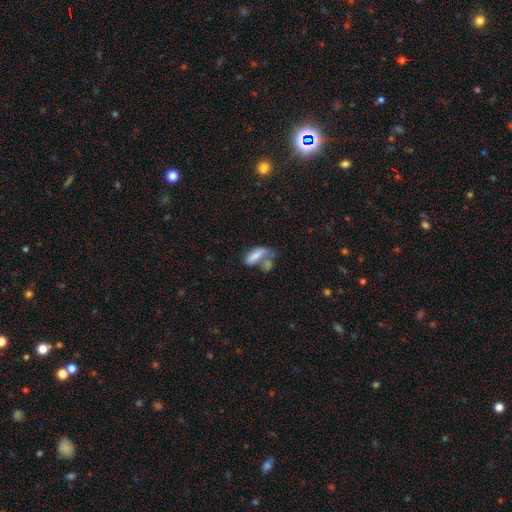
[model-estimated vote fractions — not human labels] This is likely a smooth galaxy (74%). How rounded: likely in between (71%). Merging: marginally merger (42%).